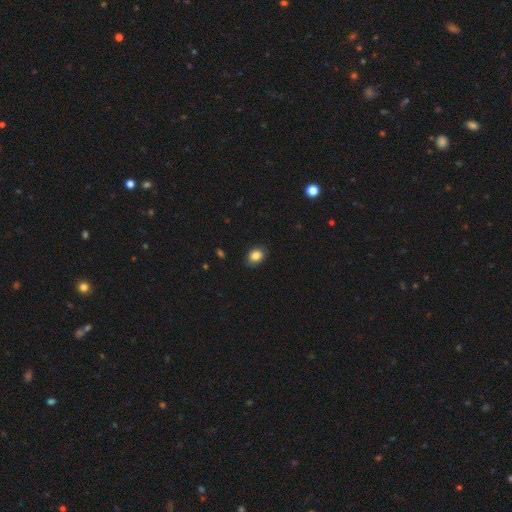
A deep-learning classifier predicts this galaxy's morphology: type=smooth (84%); roundness=in between (65%); merging=none (83%).